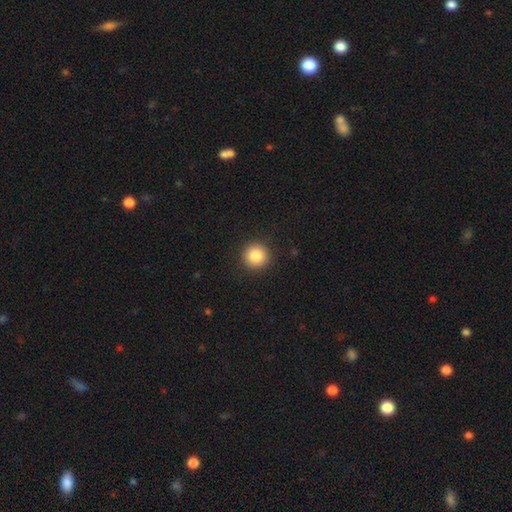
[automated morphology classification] type=smooth (86%); roundness=round (95%); merging=none (92%).